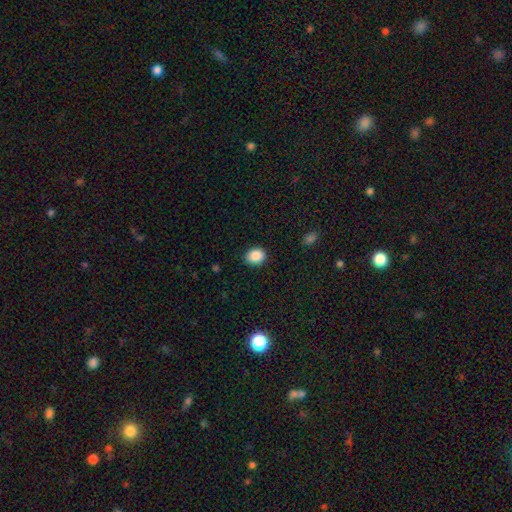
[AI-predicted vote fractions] smooth_or_featured: smooth (p=0.88) [alt: star or artifact p=0.09]
how_rounded: round (p=0.57) [alt: in between p=0.43]
merging: none (p=0.88) [alt: minor disturbance p=0.09]